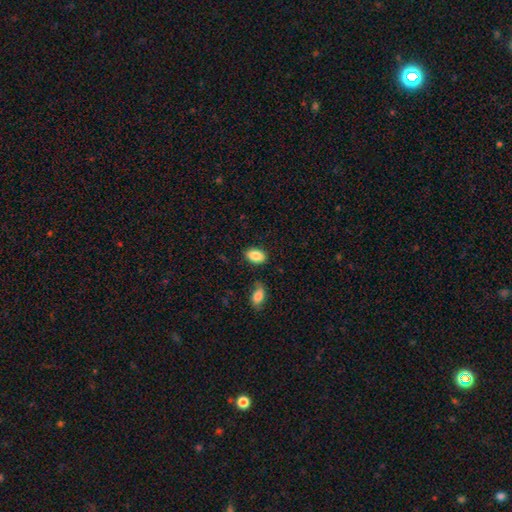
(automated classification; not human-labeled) Overall: smooth (87%). How rounded: in between (90%). Merging: none (81%).